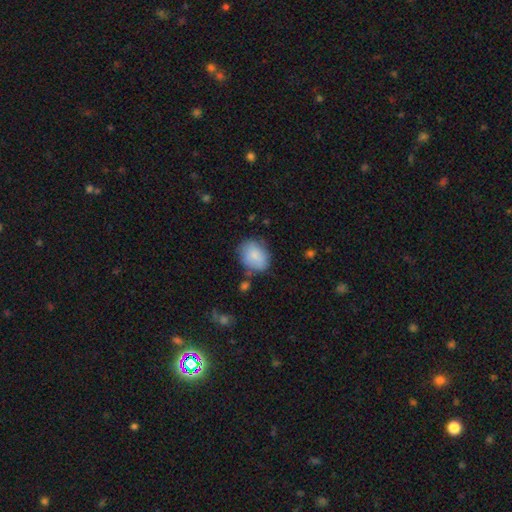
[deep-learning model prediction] smooth 84%, featured or disk 9%, star or artifact 7%. Down the decision tree: how rounded — in between (60%); merging — none (68%).